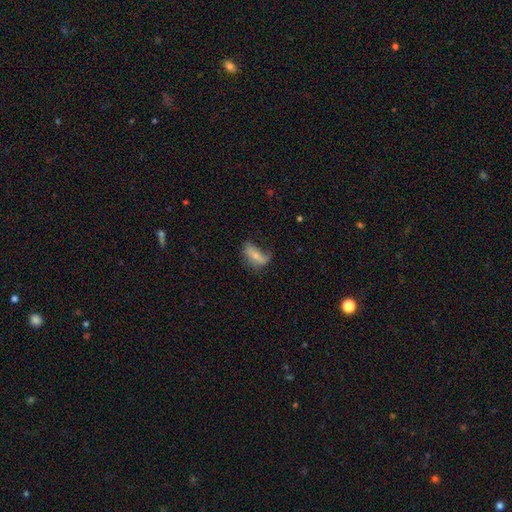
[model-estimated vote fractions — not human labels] Overall: smooth (49%; featured or disk 42%). Merging: none (37%; minor disturbance 31%).